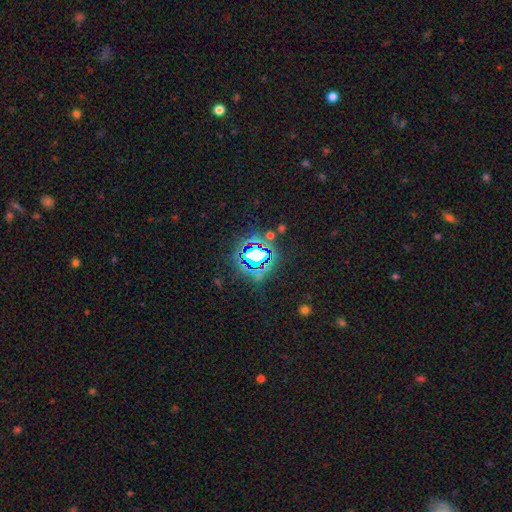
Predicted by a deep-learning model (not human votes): Q: Smooth or featured?
A: star or artifact (72%); runner-up: smooth (16%)